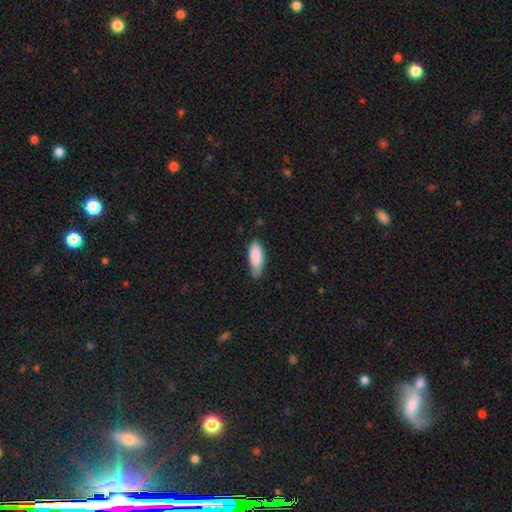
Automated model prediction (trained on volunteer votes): A smooth galaxy with no disk features (86%) that is in between round and cigar-shaped (74%).

Vote fractions:
- Smooth or featured? smooth: 86% / featured or disk: 8% / star or artifact: 6%
- How rounded? in between: 74% / cigar-shaped: 24% / round: 2%
- Merging? none: 60% / minor disturbance: 33% / major disturbance: 5% / merger: 2%